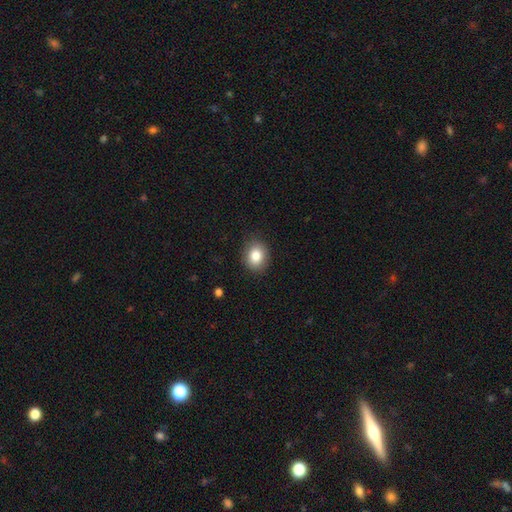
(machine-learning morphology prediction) This appears to be a smooth galaxy with no disk features (83%) that is round (57%). Merging: none (86%).